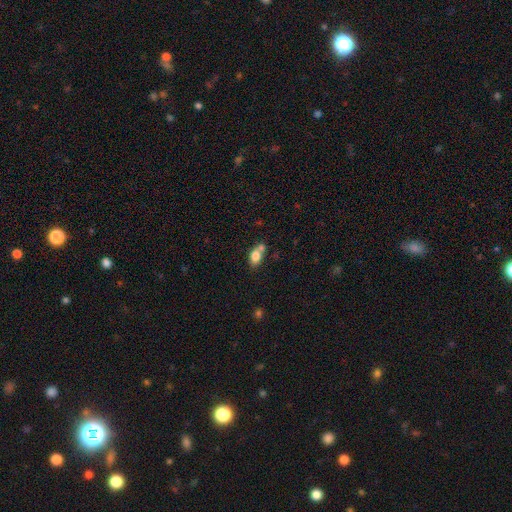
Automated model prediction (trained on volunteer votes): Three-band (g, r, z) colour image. It shows a smooth galaxy with no disk features (78%) that is in between round and cigar-shaped (77%). Merging: none (40%, tied with merger).